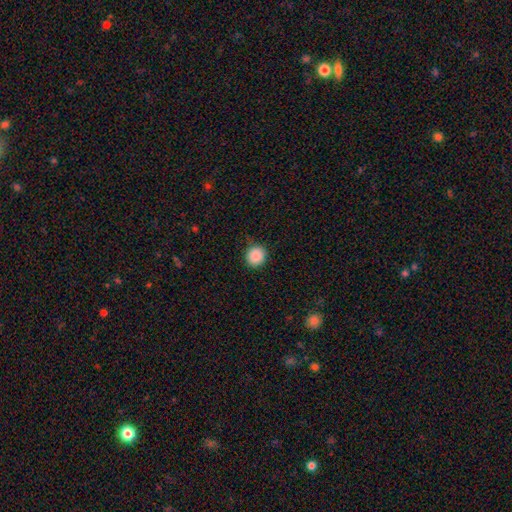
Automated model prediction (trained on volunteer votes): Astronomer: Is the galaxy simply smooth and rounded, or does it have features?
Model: smooth — 88%.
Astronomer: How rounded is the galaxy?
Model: round — 91%.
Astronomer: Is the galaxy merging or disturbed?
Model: none — 85%.